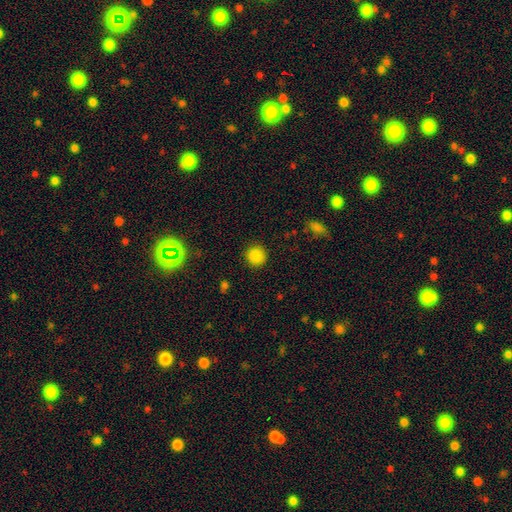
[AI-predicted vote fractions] A smooth galaxy with no disk features (86%) that is round (93%). Merging: none (90%).